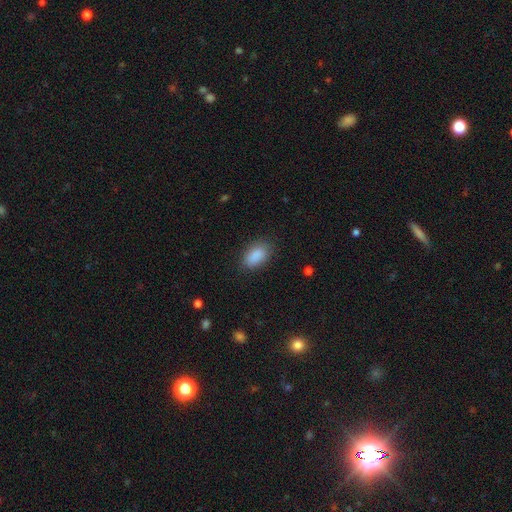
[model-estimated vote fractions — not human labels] Q: Smooth or featured?
A: smooth (89%); runner-up: star or artifact (7%)
Q: How rounded?
A: in between (92%); runner-up: round (5%)
Q: Merging?
A: none (83%); runner-up: minor disturbance (12%)